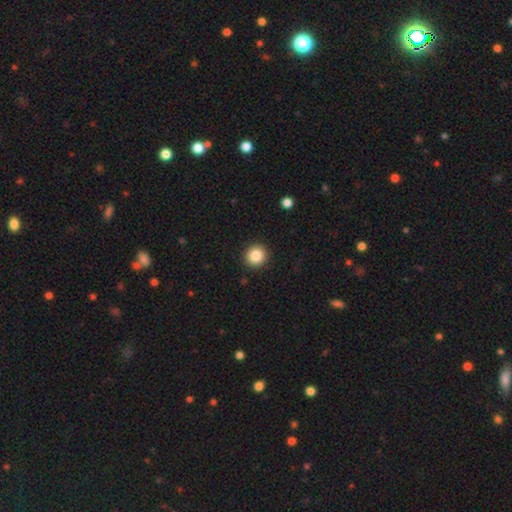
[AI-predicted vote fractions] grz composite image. It shows a smooth galaxy with no disk features (86%) that is round (91%). Merging: none (92%).